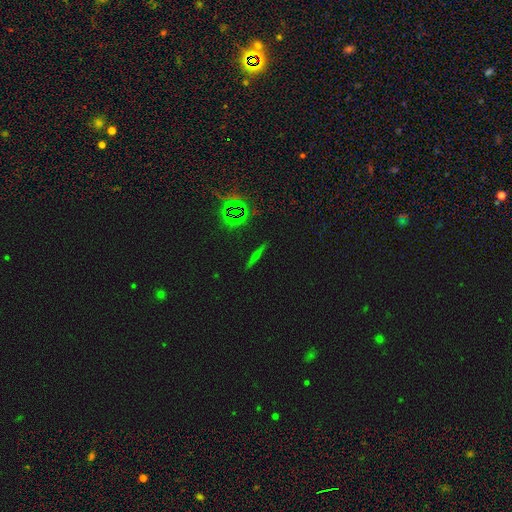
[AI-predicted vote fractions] Overall: featured or disk (42%; smooth 35%). Merging: none (90%).